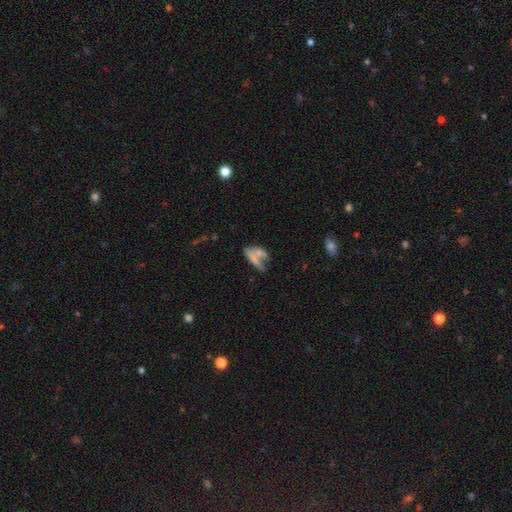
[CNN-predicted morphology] smooth-or-featured: smooth: 60% | featured or disk: 30% | star or artifact: 11%
  how-rounded: in between: 68% | cigar-shaped: 22% | round: 9%
  merging: merger: 51% | none: 27% | minor disturbance: 12% | major disturbance: 11%